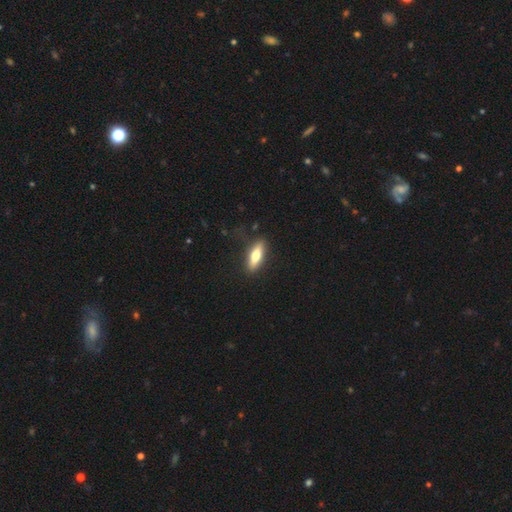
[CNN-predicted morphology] A smooth galaxy with no disk features (63%) that is cigar-shaped (49%, tied with in between).

Vote fractions:
- Smooth or featured? smooth: 63% / featured or disk: 31% / star or artifact: 6%
- How rounded? cigar-shaped: 49% (tied) / in between: 49% (tied) / round: 3%
- Merging? none: 83% / minor disturbance: 12% / major disturbance: 3% / merger: 1%